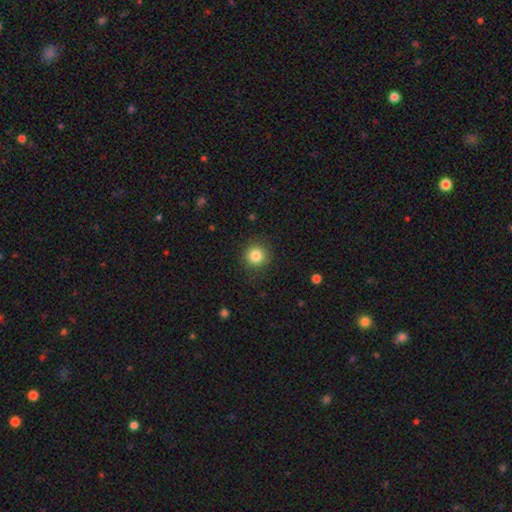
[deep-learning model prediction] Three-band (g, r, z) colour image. It shows a smooth galaxy with no disk features (84%) that is round (94%). Merging: none (90%).